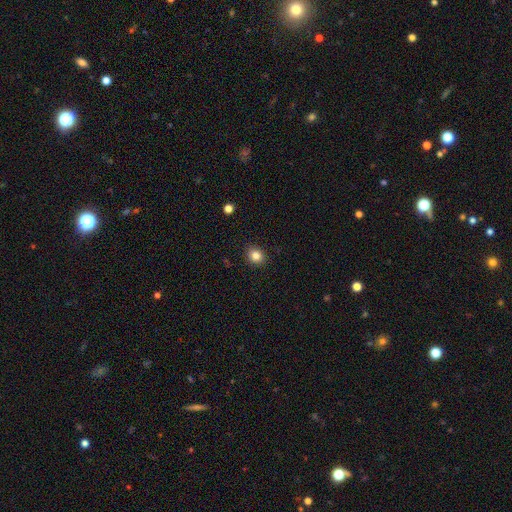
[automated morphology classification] smooth_or_featured: smooth (p=0.83) [alt: star or artifact p=0.11]
how_rounded: round (p=0.63) [alt: in between p=0.36]
merging: none (p=0.90) [alt: minor disturbance p=0.07]